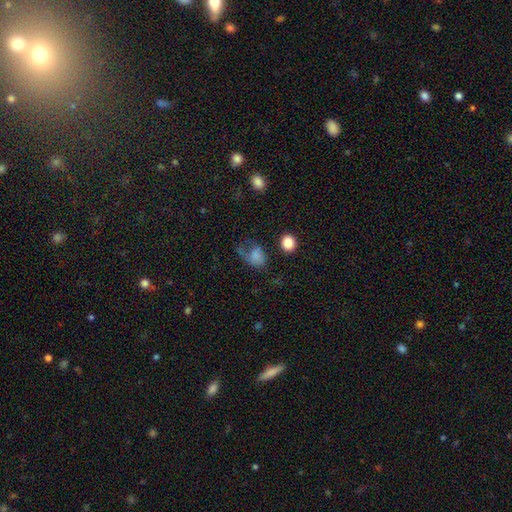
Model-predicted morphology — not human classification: Q: Smooth or featured?
A: smooth (72%); runner-up: star or artifact (15%)
Q: How rounded?
A: in between (61%); runner-up: round (38%)
Q: Merging?
A: major disturbance (36%); runner-up: none (33%)